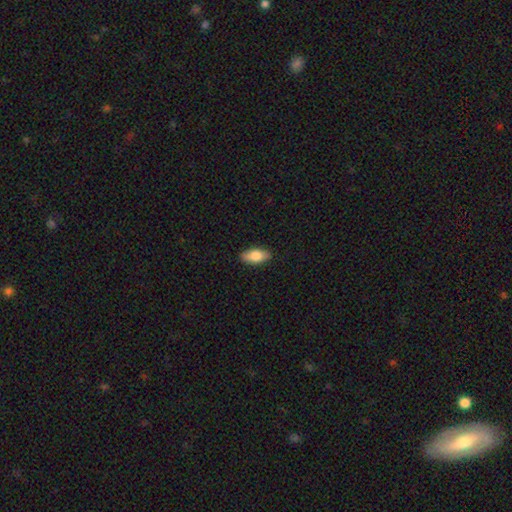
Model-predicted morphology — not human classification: Q: Smooth or featured?
A: smooth (80%); runner-up: featured or disk (14%)
Q: How rounded?
A: in between (88%); runner-up: cigar-shaped (10%)
Q: Merging?
A: none (89%); runner-up: minor disturbance (9%)